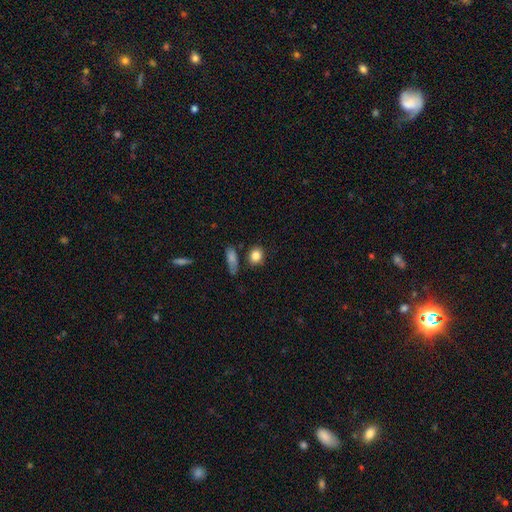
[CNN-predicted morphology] This is clearly a smooth galaxy (84%). How rounded: likely round (63%). Merging: likely none (76%).